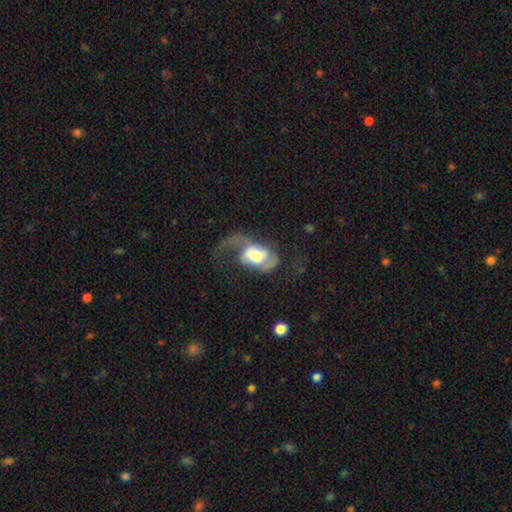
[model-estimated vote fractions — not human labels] Smooth or featured? featured or disk (68%)
Edge-on disk? no (96%)
Bar? no (56%)
Spiral arms? yes (84%)
Spiral winding? loose (54%)
Spiral arm count? 2 (49%)
Bulge size? moderate (50%)
Merging? major disturbance (54%)